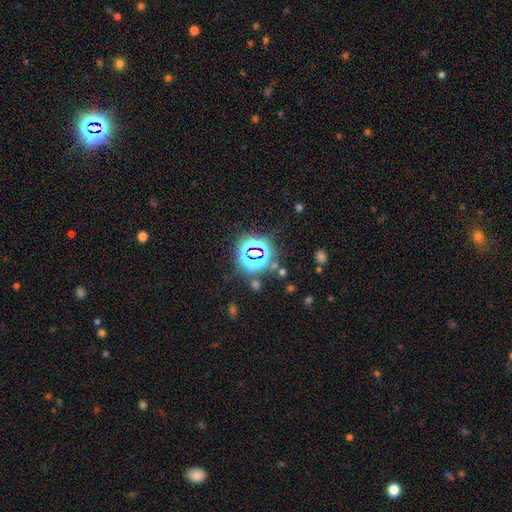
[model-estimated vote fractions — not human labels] Overall: star or artifact (73%).